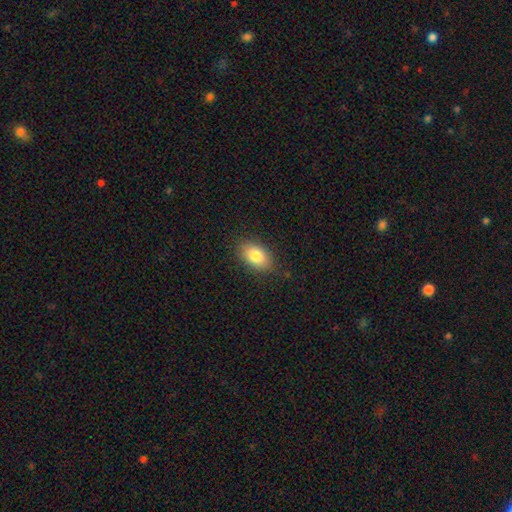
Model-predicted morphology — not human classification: Smooth or featured? Predicted: smooth (p=0.83). How rounded? Predicted: in between (p=0.89). Merging? Predicted: none (p=0.84).